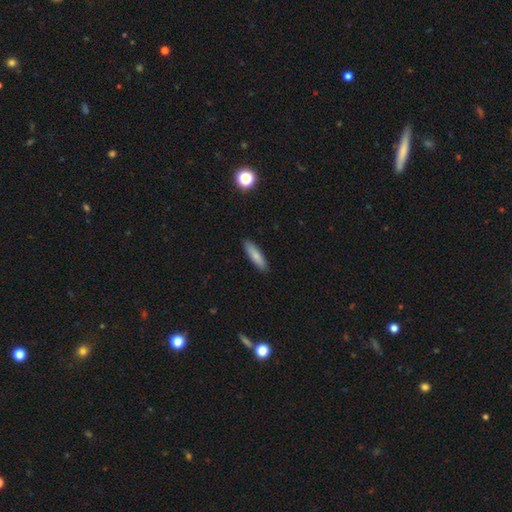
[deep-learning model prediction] Morphology: type=smooth (83%); roundness=cigar-shaped (67%); merging=none (90%).